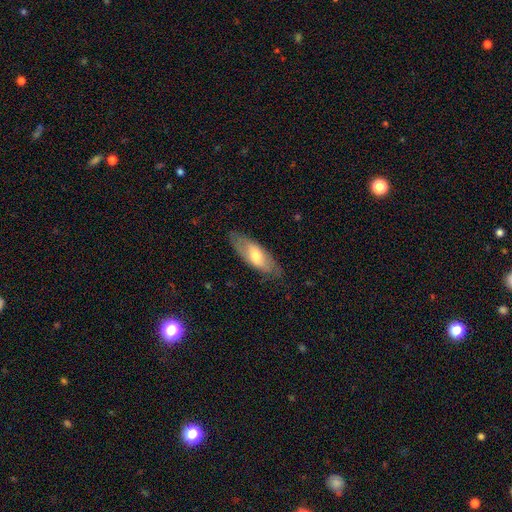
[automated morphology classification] Q: Smooth or featured?
A: smooth (56%); runner-up: featured or disk (38%)
Q: How rounded?
A: in between (71%); runner-up: cigar-shaped (27%)
Q: Merging?
A: none (77%); runner-up: minor disturbance (18%)